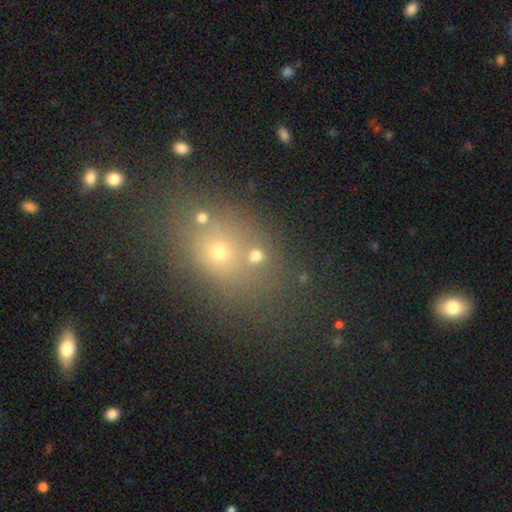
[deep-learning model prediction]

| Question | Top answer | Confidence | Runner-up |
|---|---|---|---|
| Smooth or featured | smooth | 63% | star or artifact (25%) |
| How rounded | round | 72% | in between (26%) |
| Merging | none | 56% | merger (29%) |